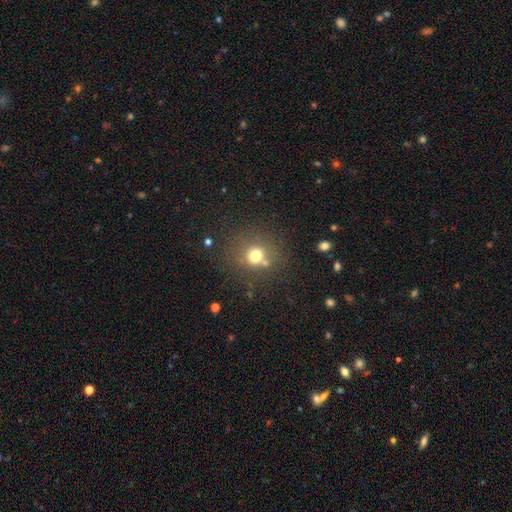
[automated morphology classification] smooth 71%, star or artifact 17%, featured or disk 12%. Down the decision tree: how rounded — round (83%); merging — none (67%).